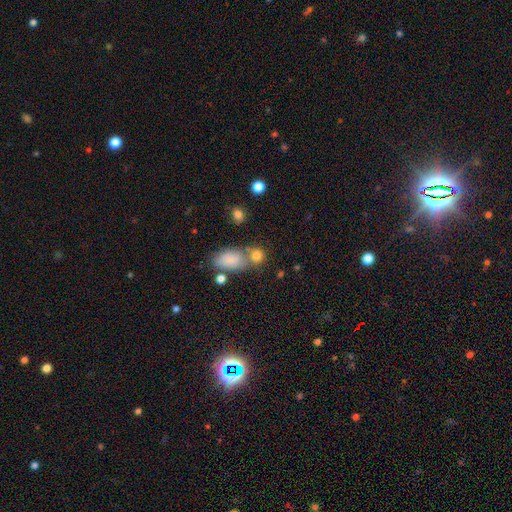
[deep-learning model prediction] Smooth or featured: smooth — 71% (star or artifact — 20%)
How rounded: in between — 60% (round — 35%)
Merging: none — 57% (merger — 24%)